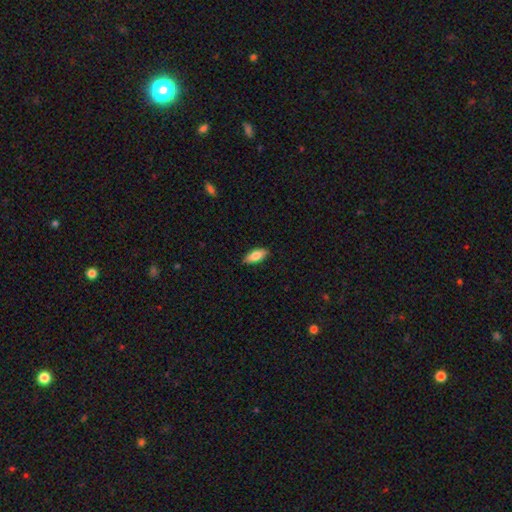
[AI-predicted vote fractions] The model was most divided on "how rounded": in between: 81%, cigar-shaped: 17%, round: 2%. More confident: merging — none (86%); smooth or featured — smooth (81%).